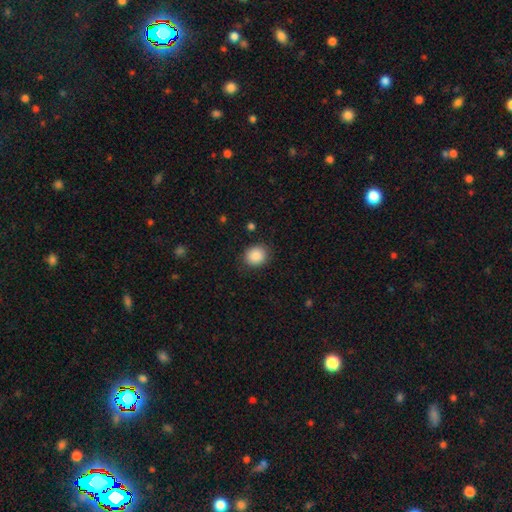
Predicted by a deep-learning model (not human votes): The model was most divided on "how rounded": round: 74%, in between: 25%, cigar-shaped: 1%. More confident: smooth or featured — smooth (88%); merging — none (87%).